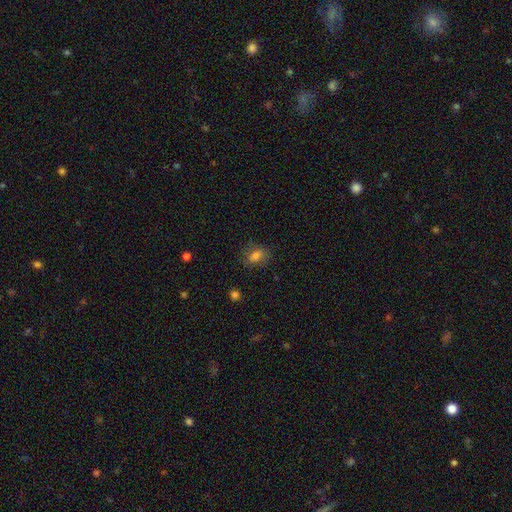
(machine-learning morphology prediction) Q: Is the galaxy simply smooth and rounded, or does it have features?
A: smooth — 77%.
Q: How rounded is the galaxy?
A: in between — 70%.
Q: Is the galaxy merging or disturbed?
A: none — 73%.